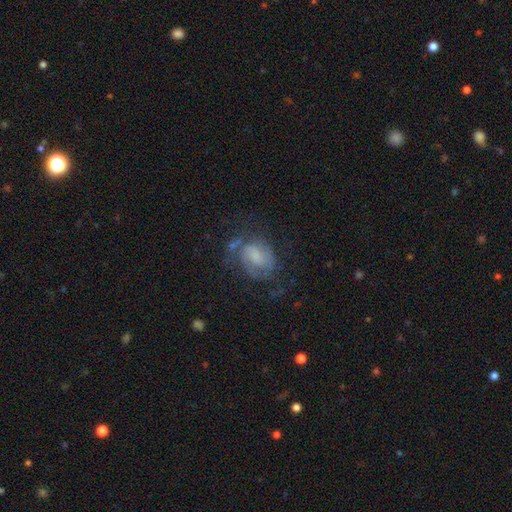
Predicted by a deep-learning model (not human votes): smooth_or_featured: featured or disk (p=0.61) [alt: smooth p=0.29]
disk_edge_on: no (p=0.97) [alt: yes p=0.03]
bar: no (p=0.50) [alt: weak p=0.42]
has_spiral_arms: yes (p=0.82) [alt: no p=0.18]
bulge_size: small (p=0.35) [alt: moderate p=0.29]
merging: none (p=0.49) [alt: major disturbance p=0.24]